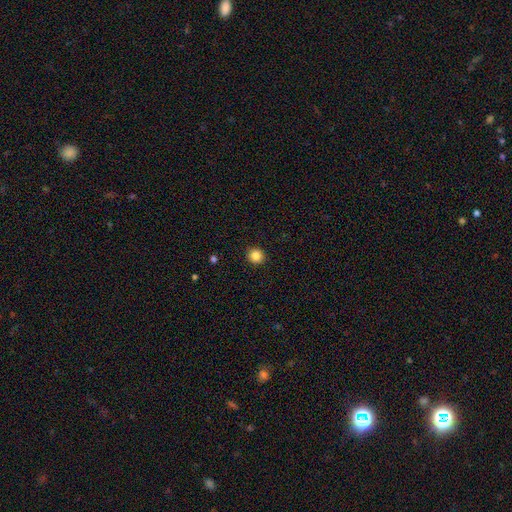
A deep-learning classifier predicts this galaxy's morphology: The model was most divided on "smooth or featured": smooth: 84%, star or artifact: 11%, featured or disk: 5%. More confident: merging — none (92%); how rounded — round (90%).